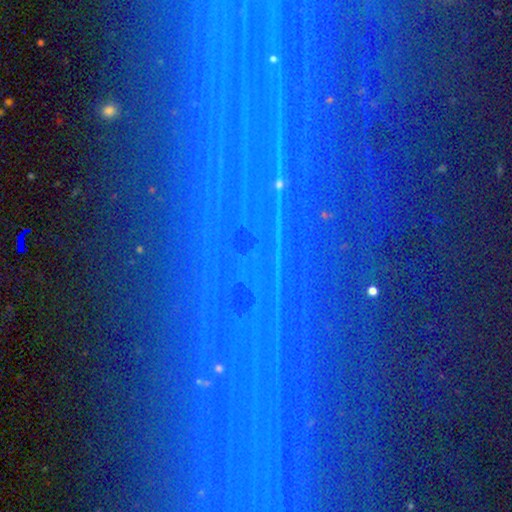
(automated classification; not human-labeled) smooth-or-featured: star or artifact: 78% | featured or disk: 11% | smooth: 11%